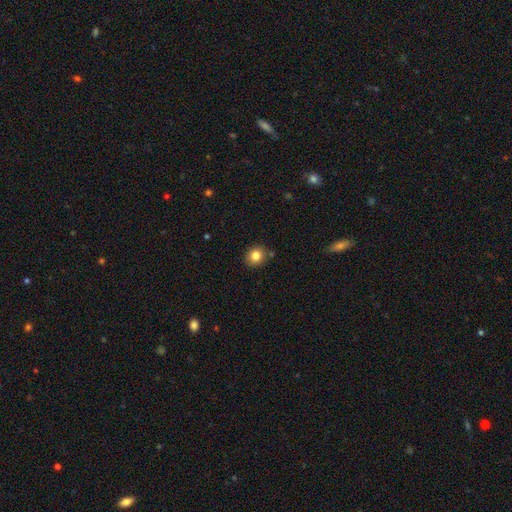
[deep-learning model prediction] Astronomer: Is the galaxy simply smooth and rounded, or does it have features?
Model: smooth — 82%.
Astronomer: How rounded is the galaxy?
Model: round — 81%.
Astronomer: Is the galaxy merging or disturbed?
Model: none — 84%.